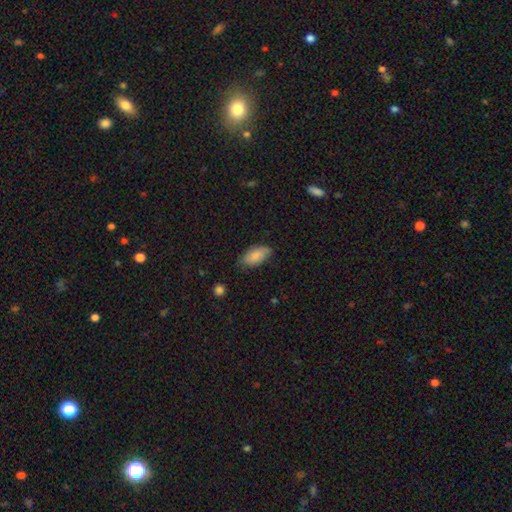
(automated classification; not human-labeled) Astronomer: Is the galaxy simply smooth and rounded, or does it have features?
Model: smooth — 84%.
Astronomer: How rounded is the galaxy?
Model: in between — 93%.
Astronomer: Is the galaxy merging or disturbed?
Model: none — 77%.